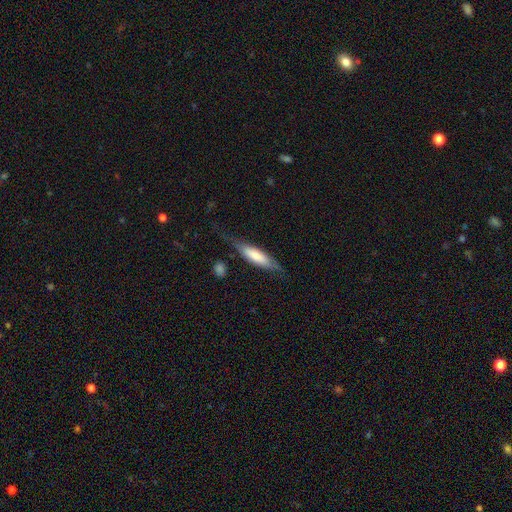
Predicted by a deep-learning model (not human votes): Smooth or featured? Predicted: smooth (p=0.64). How rounded? Predicted: cigar-shaped (p=0.63). Merging? Predicted: none (p=0.62).